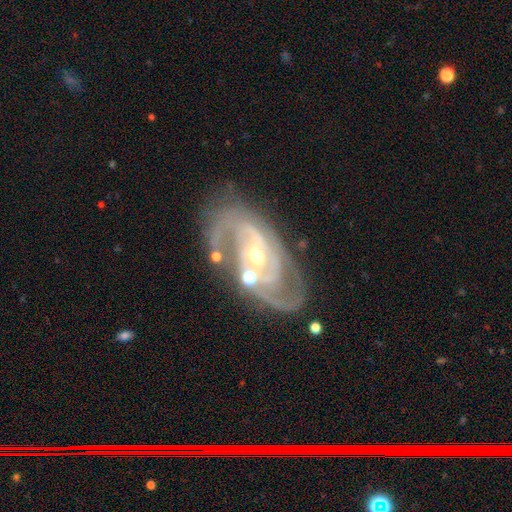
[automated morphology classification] A featured or disk galaxy (90%) with no bar (46%), 2 (56%) tight (49%) spiral arms (97%) and a small central bulge (51%). Merging: none (67%).